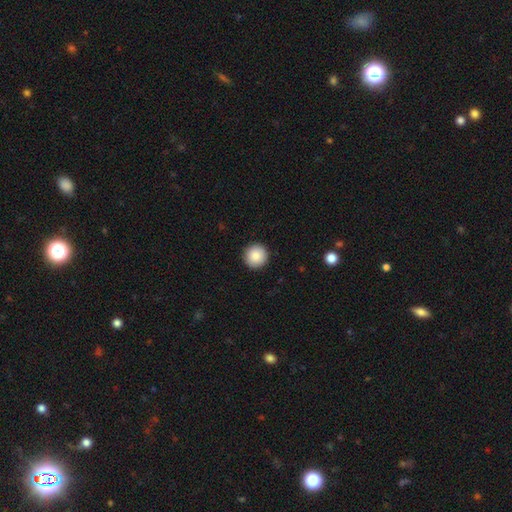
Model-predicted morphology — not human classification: A smooth galaxy with no disk features (88%) that is round (96%). Merging: none (93%).